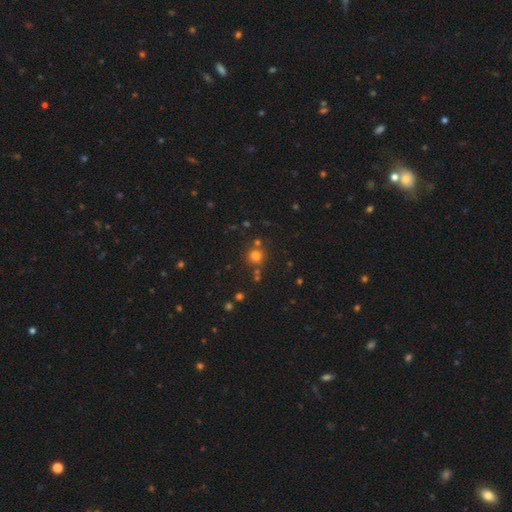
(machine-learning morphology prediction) Smooth or featured?
  - smooth: 74% *
  - star or artifact: 19%
  - featured or disk: 7%
How rounded?
  - round: 92% *
  - in between: 7%
  - cigar-shaped: 1%
Merging?
  - none: 76% *
  - merger: 12%
  - minor disturbance: 9%
  - major disturbance: 3%